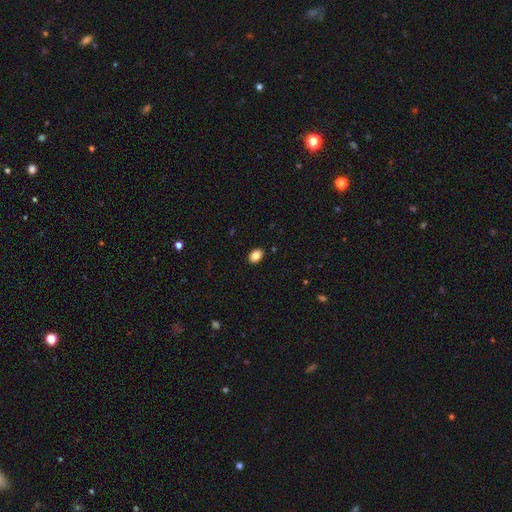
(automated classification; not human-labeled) smooth_or_featured: smooth (p=0.86) [alt: star or artifact p=0.09]
how_rounded: in between (p=0.80) [alt: round p=0.19]
merging: none (p=0.89) [alt: minor disturbance p=0.08]